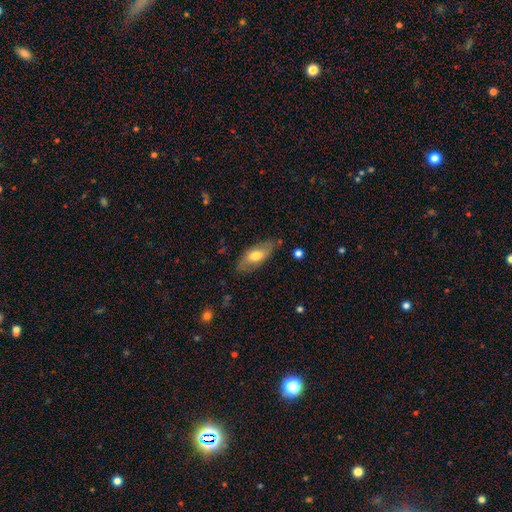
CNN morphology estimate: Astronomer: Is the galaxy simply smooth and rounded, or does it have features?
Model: smooth — 64%.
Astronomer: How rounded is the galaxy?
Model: in between — 83%.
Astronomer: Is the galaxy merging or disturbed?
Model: none — 74%.